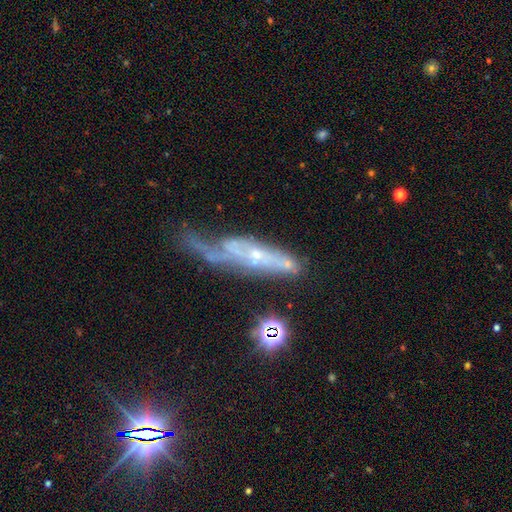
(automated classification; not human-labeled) The model was most divided on "merging": major disturbance: 33%, none: 30%, minor disturbance: 26%, merger: 11%. More confident: smooth or featured — featured or disk (69%); edge-on disk — no (64%).